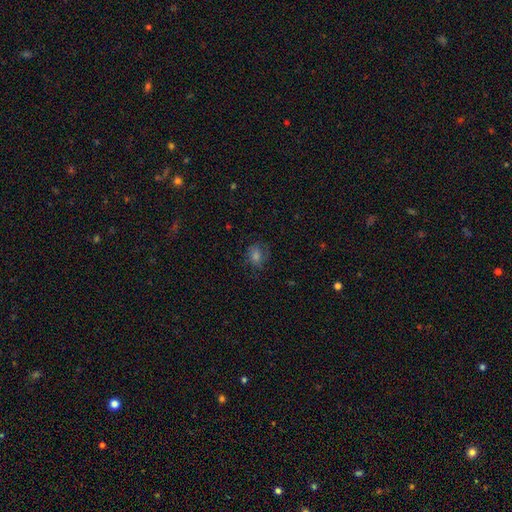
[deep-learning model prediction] Overall: smooth (54%; star or artifact 24%). How rounded: round (56%; in between 43%). Merging: none (73%).